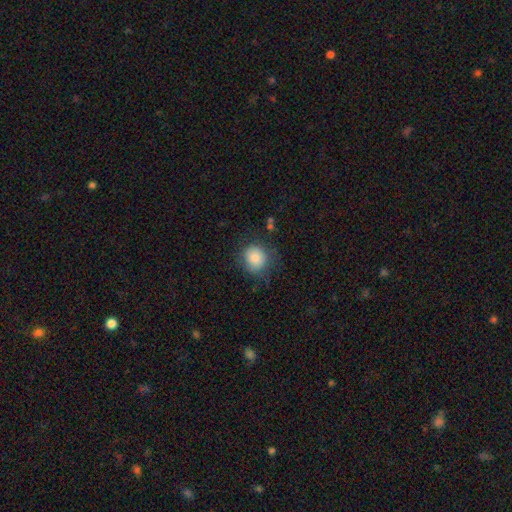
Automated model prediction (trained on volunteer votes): Overall: smooth (82%). How rounded: round (82%). Merging: none (73%).